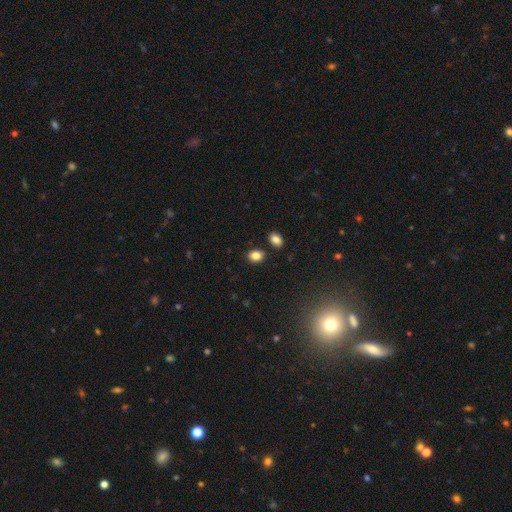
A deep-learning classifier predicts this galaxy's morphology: smooth 85%, star or artifact 10%, featured or disk 5%. Down the decision tree: how rounded — in between (60%); merging — none (80%).